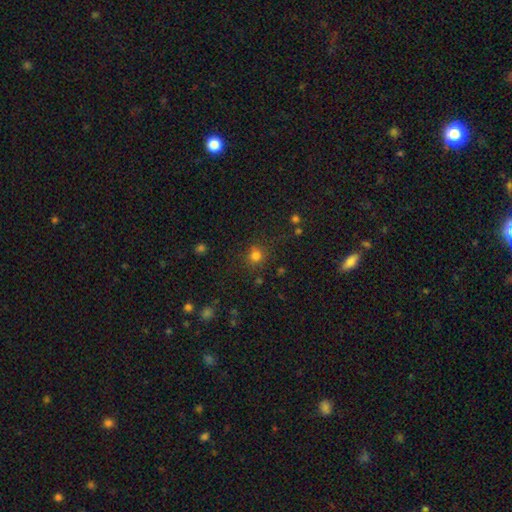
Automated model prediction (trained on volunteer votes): Q: Smooth or featured?
A: smooth (77%); runner-up: star or artifact (18%)
Q: How rounded?
A: round (88%); runner-up: in between (10%)
Q: Merging?
A: none (82%); runner-up: minor disturbance (11%)